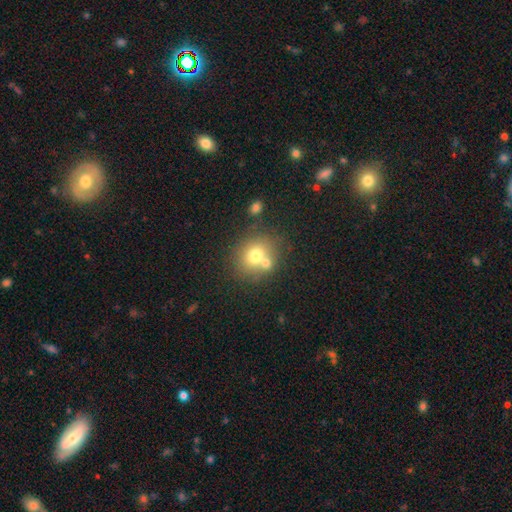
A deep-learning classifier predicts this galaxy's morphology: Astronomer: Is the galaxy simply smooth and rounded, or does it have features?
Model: smooth — 70%.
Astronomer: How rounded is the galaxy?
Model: round — 75%.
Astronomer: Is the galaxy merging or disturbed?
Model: none — 53% (runner-up: merger, 33%).